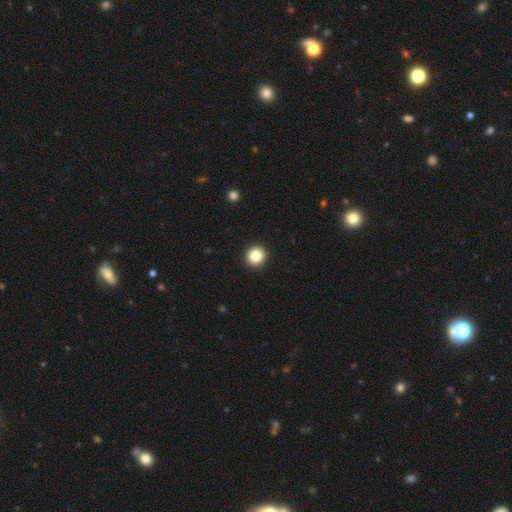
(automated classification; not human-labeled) Smooth or featured? Predicted: smooth (p=0.85). How rounded? Predicted: round (p=0.93). Merging? Predicted: none (p=0.93).